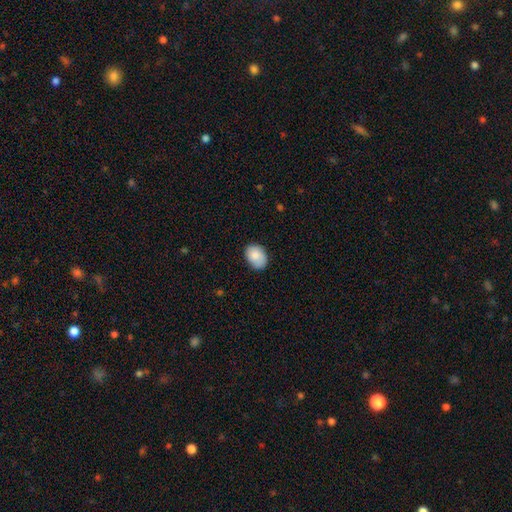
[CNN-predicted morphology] smooth 84%, featured or disk 10%, star or artifact 7%. Down the decision tree: how rounded — in between (74%); merging — none (77%).